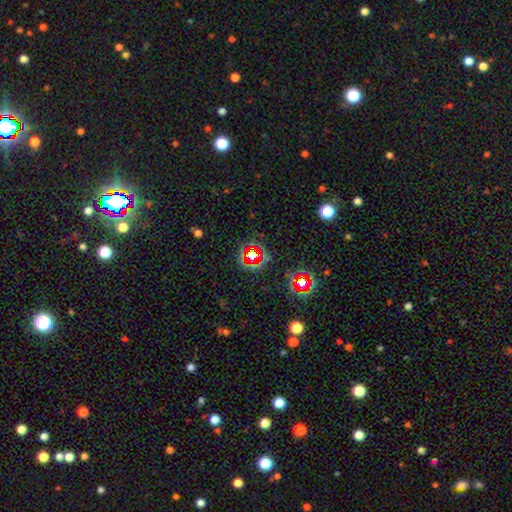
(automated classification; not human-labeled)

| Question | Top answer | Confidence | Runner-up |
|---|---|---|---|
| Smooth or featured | star or artifact | 70% | smooth (19%) |